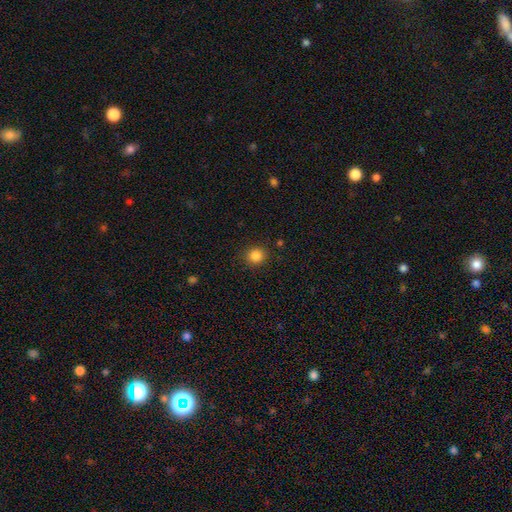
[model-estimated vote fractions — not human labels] A smooth galaxy with no disk features (85%) that is round (86%). Merging: none (88%).